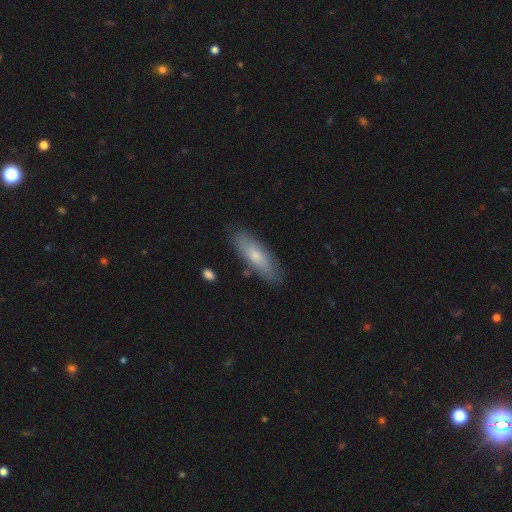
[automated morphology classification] Q: Smooth or featured?
A: smooth (65%); runner-up: featured or disk (29%)
Q: How rounded?
A: cigar-shaped (49%); tied with: in between (49%)
Q: Merging?
A: none (81%); runner-up: minor disturbance (14%)